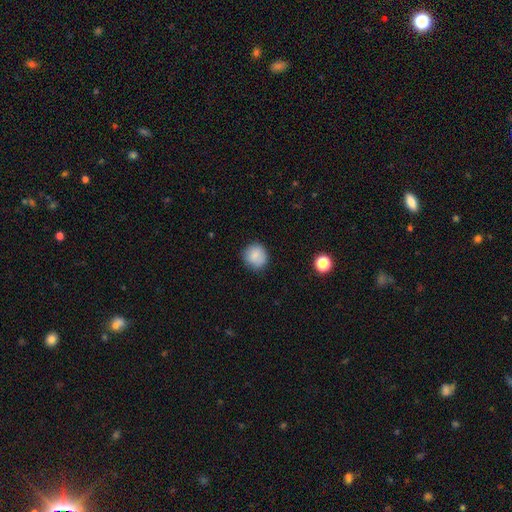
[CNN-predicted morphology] smooth 84%, star or artifact 9%, featured or disk 7%. Down the decision tree: how rounded — round (86%); merging — none (81%).